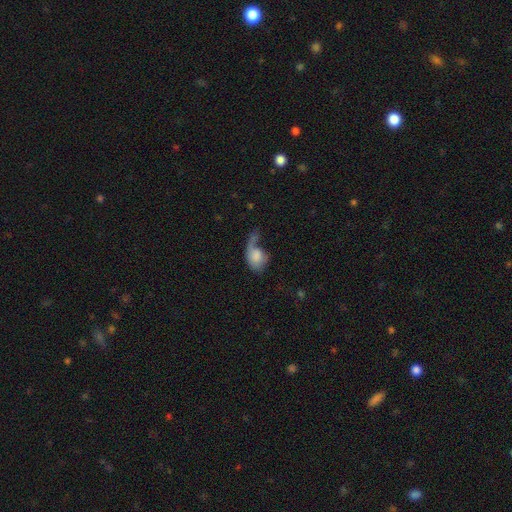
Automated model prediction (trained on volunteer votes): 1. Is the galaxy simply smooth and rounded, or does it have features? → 63% smooth, 29% featured or disk, 8% star or artifact.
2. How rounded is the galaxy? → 72% in between, 26% round, 2% cigar-shaped.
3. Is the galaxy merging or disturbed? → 52% major disturbance, 19% minor disturbance, 18% none, 12% merger.